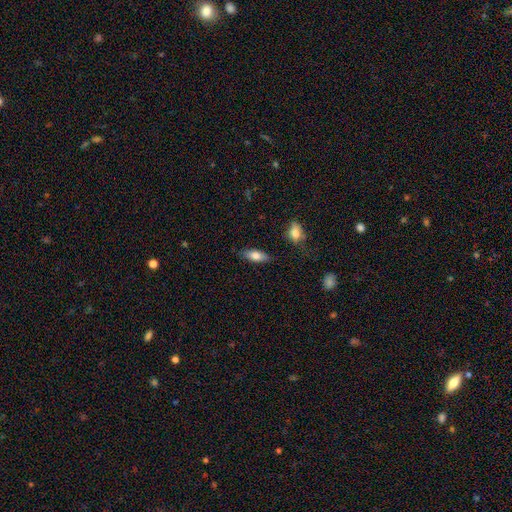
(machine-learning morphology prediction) A smooth galaxy with no disk features (73%) that is in between round and cigar-shaped (73%).

Vote fractions:
- Smooth or featured? smooth: 73% / featured or disk: 20% / star or artifact: 7%
- How rounded? in between: 73% / cigar-shaped: 24% / round: 3%
- Merging? none: 83% / minor disturbance: 12% / major disturbance: 3% / merger: 2%